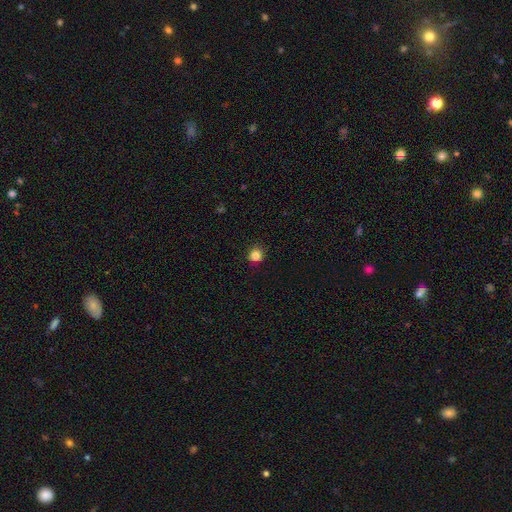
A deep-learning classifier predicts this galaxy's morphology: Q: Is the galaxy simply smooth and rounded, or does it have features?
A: smooth — 84%.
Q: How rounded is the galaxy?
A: round — 92%.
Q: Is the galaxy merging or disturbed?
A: none — 91%.